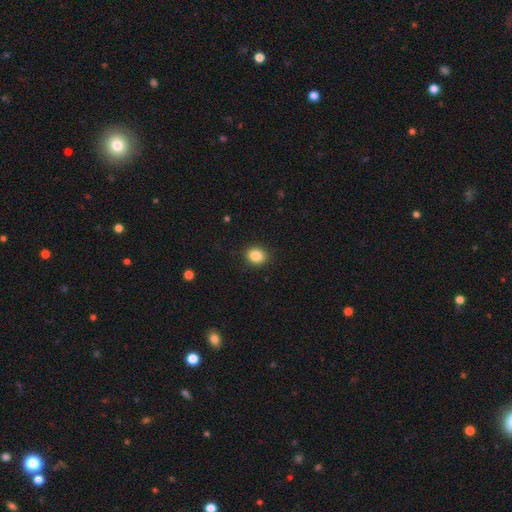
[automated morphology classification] smooth 87%, star or artifact 9%, featured or disk 4%. Down the decision tree: how rounded — round (55%); merging — none (89%).